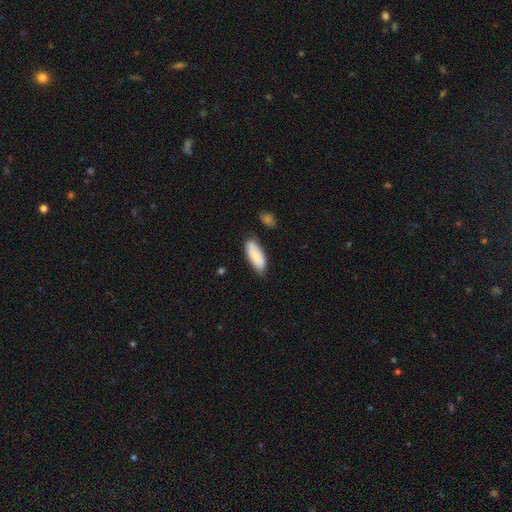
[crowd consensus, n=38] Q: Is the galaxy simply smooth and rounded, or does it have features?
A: smooth — 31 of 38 (82%).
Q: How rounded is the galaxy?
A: in between — 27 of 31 (87%).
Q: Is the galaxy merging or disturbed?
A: none — 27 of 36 (75%).